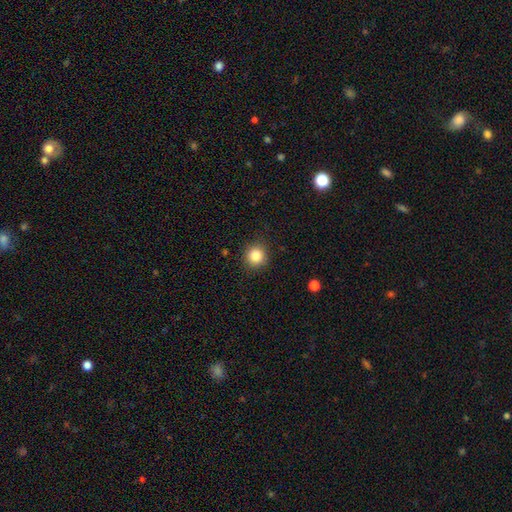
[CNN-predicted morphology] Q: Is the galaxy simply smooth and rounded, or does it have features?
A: smooth — 85%.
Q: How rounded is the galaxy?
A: round — 93%.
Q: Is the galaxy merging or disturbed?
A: none — 90%.